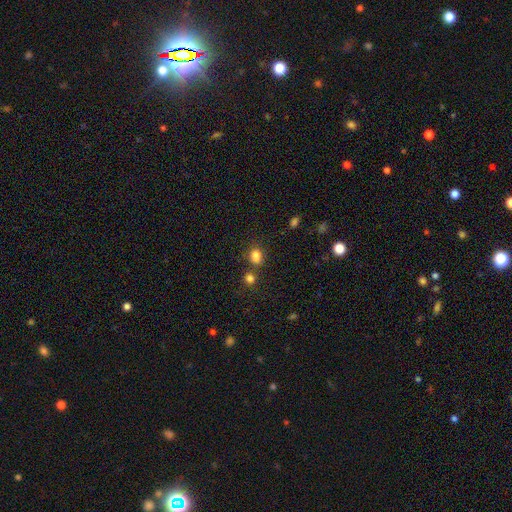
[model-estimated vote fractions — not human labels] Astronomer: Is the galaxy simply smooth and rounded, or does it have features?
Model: smooth — 81%.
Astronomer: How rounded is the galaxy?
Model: round — 49%, tied with in between at 49%.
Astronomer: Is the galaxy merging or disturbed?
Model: none — 64%.